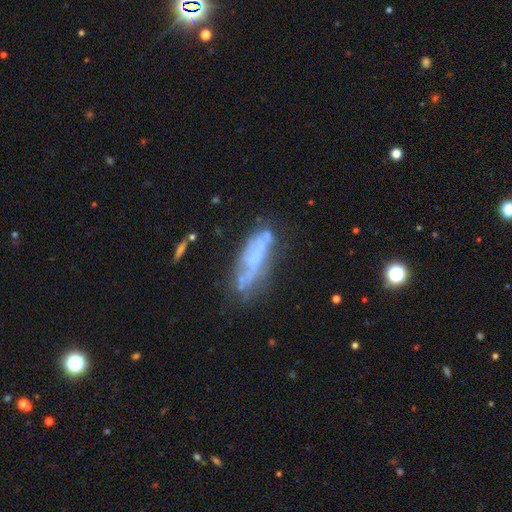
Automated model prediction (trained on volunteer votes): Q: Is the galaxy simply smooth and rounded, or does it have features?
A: featured or disk — 55%.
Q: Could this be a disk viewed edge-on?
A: no — 66%.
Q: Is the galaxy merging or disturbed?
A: none — 53%.